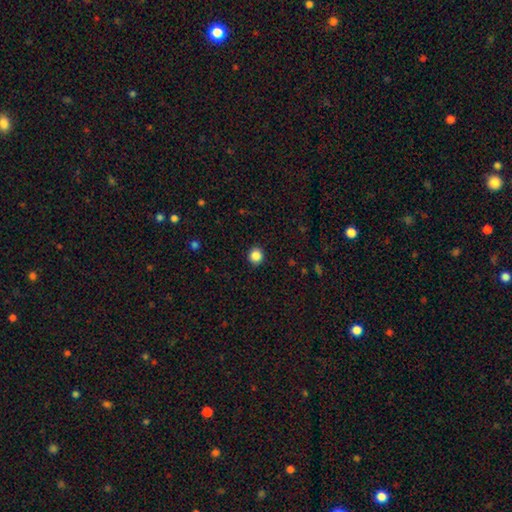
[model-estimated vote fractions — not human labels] A smooth galaxy with no disk features (86%) that is round (89%).

Vote fractions:
- Smooth or featured? smooth: 86% / star or artifact: 10% / featured or disk: 3%
- How rounded? round: 89% / in between: 10% / cigar-shaped: 1%
- Merging? none: 92% / minor disturbance: 6% / major disturbance: 2% / merger: 1%